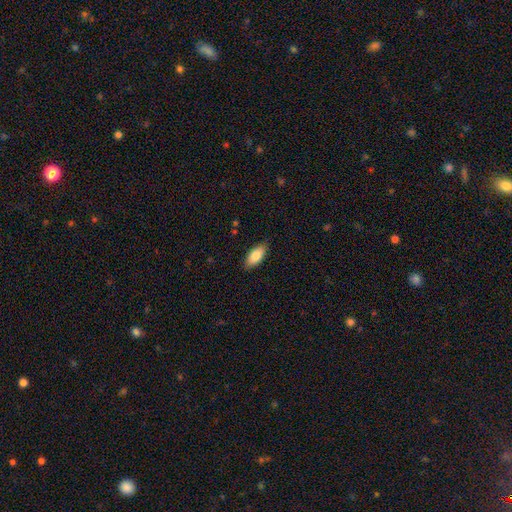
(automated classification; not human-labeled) Q: Smooth or featured?
A: smooth (81%); runner-up: featured or disk (12%)
Q: How rounded?
A: in between (86%); runner-up: cigar-shaped (12%)
Q: Merging?
A: none (86%); runner-up: minor disturbance (11%)